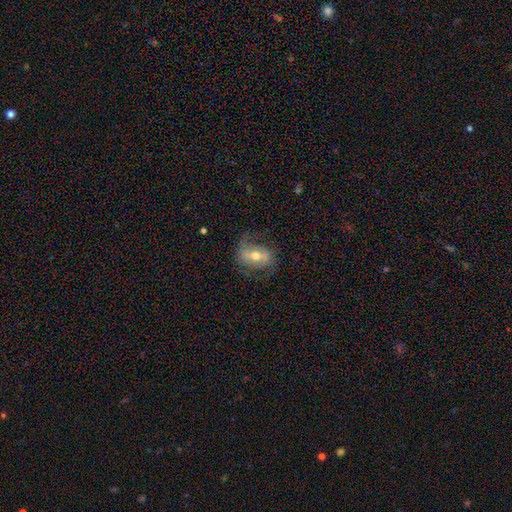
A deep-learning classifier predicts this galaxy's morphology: A featured or disk galaxy (60%) with a strong bar (38%), spiral arms (75%) and a moderate central bulge (69%).

Vote fractions:
- Smooth or featured? featured or disk: 60% / smooth: 32% / star or artifact: 8%
- Edge-on disk? no: 93% / yes: 7%
- Bar? strong: 38% / weak: 36% / no: 27%
- Spiral arms? yes: 75% / no: 25%
- Bulge size? moderate: 69% / small: 23% / large: 6% / none: 1% / dominant: 1%
- Merging? none: 64% / minor disturbance: 21% / major disturbance: 14% / merger: 1%